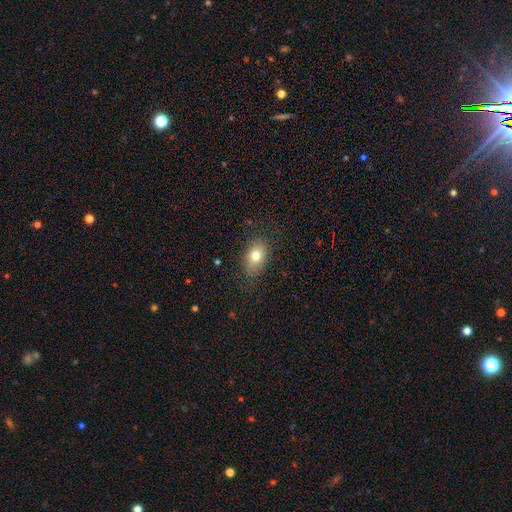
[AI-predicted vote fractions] A smooth galaxy with no disk features (76%) that is in between round and cigar-shaped (80%).

Vote fractions:
- Smooth or featured? smooth: 76% / featured or disk: 14% / star or artifact: 10%
- How rounded? in between: 80% / round: 18% / cigar-shaped: 2%
- Merging? none: 80% / minor disturbance: 14% / major disturbance: 4% / merger: 1%